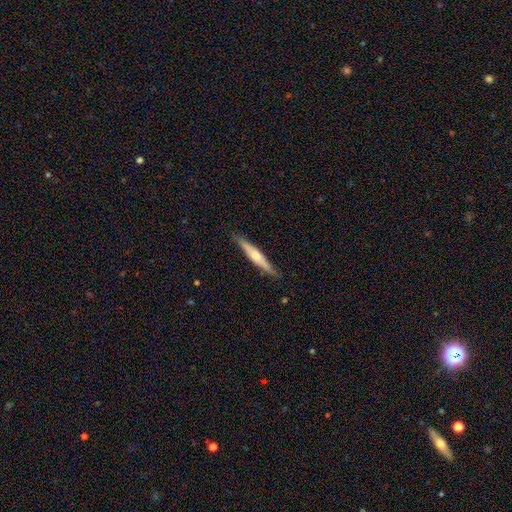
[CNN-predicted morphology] Smooth or featured? Predicted: featured or disk (p=0.56). Edge-on disk? Predicted: yes (p=0.95). Edge-on bulge? Predicted: rounded (p=0.78). Merging? Predicted: none (p=0.87).